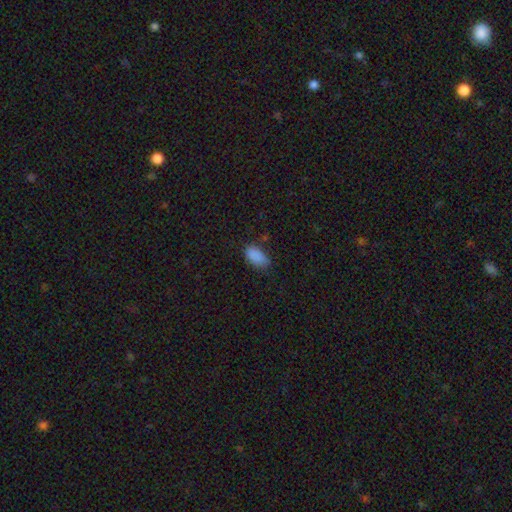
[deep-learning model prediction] Q: Smooth or featured?
A: smooth (86%); runner-up: star or artifact (9%)
Q: How rounded?
A: in between (93%); runner-up: round (4%)
Q: Merging?
A: none (63%); runner-up: minor disturbance (28%)